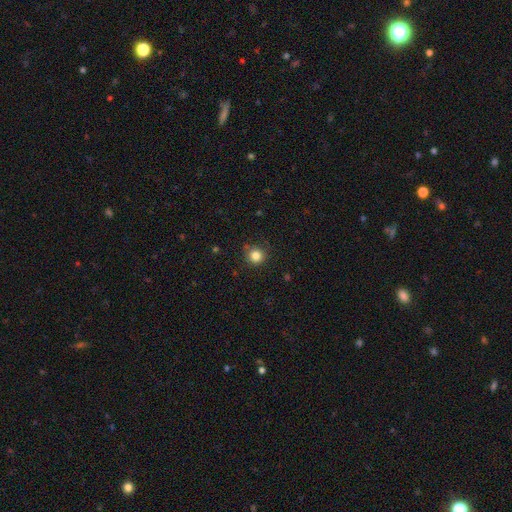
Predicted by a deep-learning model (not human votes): The model was most divided on "smooth or featured": smooth: 83%, star or artifact: 12%, featured or disk: 5%. More confident: how rounded — round (92%); merging — none (83%).